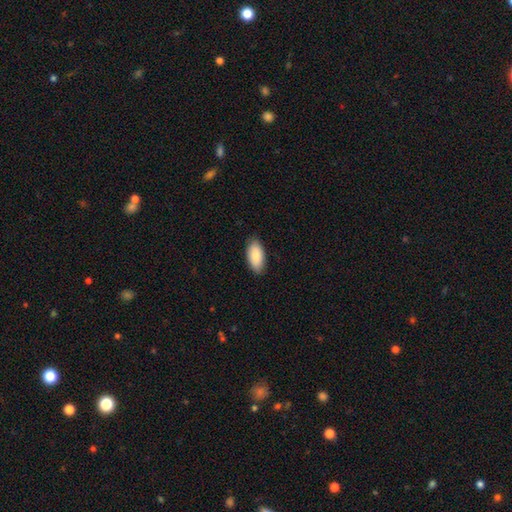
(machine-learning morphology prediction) smooth_or_featured: smooth (p=0.84) [alt: featured or disk p=0.10]
how_rounded: in between (p=0.93) [alt: cigar-shaped p=0.04]
merging: none (p=0.86) [alt: minor disturbance p=0.11]